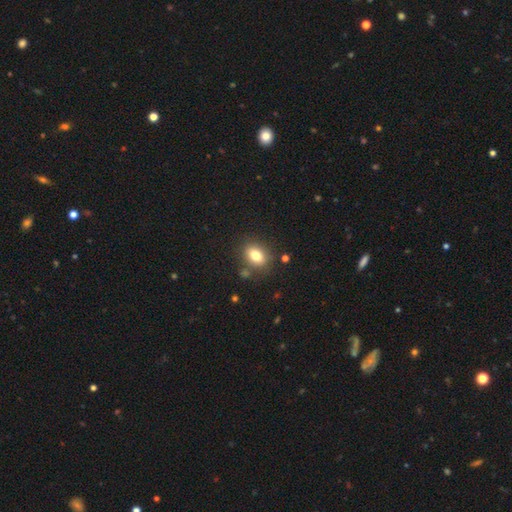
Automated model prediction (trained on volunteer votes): Q: Smooth or featured?
A: smooth (78%); runner-up: featured or disk (11%)
Q: How rounded?
A: in between (69%); runner-up: round (29%)
Q: Merging?
A: none (80%); runner-up: minor disturbance (11%)